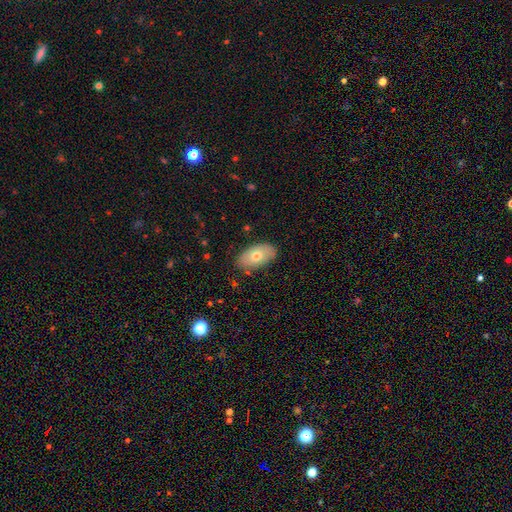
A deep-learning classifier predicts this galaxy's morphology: smooth 68%, featured or disk 25%, star or artifact 6%. Down the decision tree: how rounded — in between (94%); merging — none (83%).